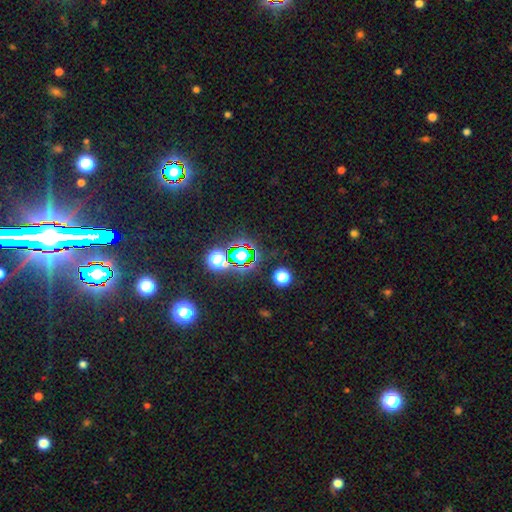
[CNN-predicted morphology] This appears to be a star or artifact, not a galaxy (78%).